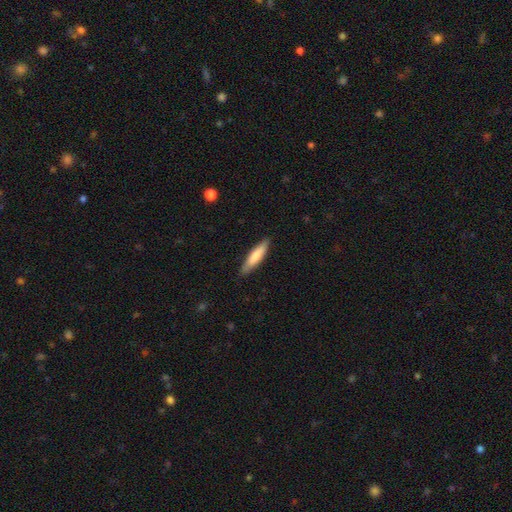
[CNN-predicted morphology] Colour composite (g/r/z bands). It shows a smooth galaxy with no disk features (77%) that is cigar-shaped (80%). Merging: none (87%).